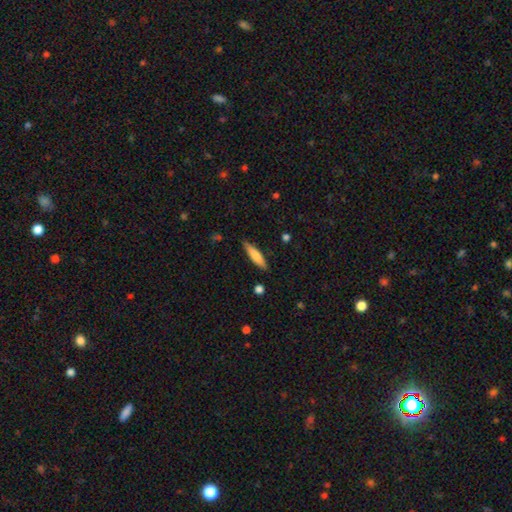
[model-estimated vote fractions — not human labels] Morphology: type=smooth (72%); roundness=cigar-shaped (78%); merging=none (85%).